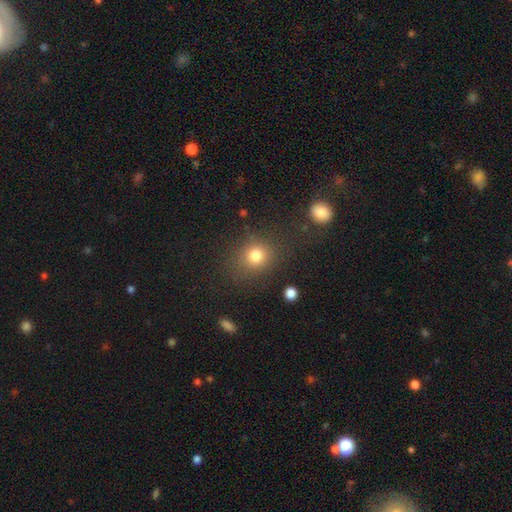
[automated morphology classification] Smooth or featured? smooth (80%)
How rounded? round (72%)
Merging? none (78%)